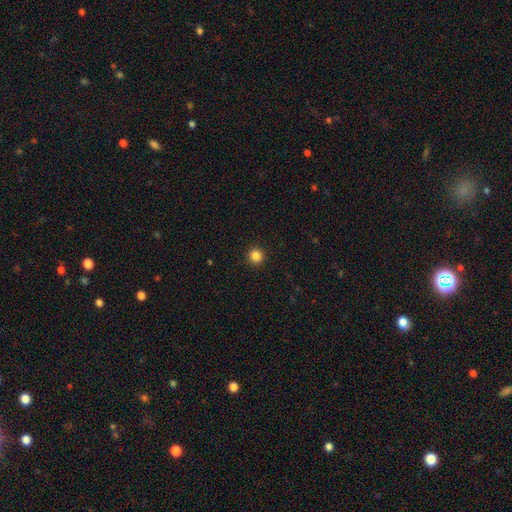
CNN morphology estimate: Q: Smooth or featured?
A: smooth (85%); runner-up: star or artifact (12%)
Q: How rounded?
A: round (95%); runner-up: in between (4%)
Q: Merging?
A: none (93%); runner-up: minor disturbance (4%)